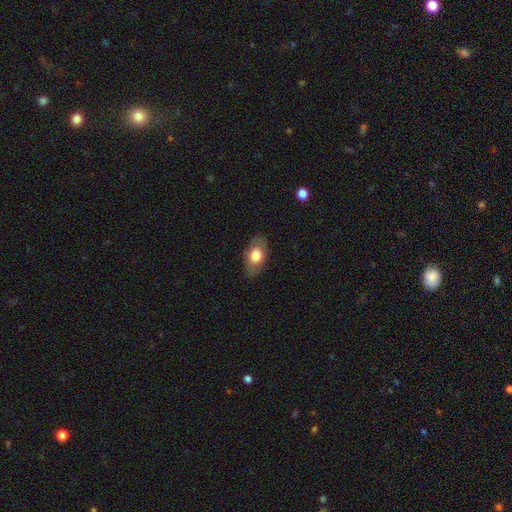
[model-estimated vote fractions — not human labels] This is likely a smooth galaxy (69%). How rounded: clearly in between (89%). Merging: clearly none (81%).